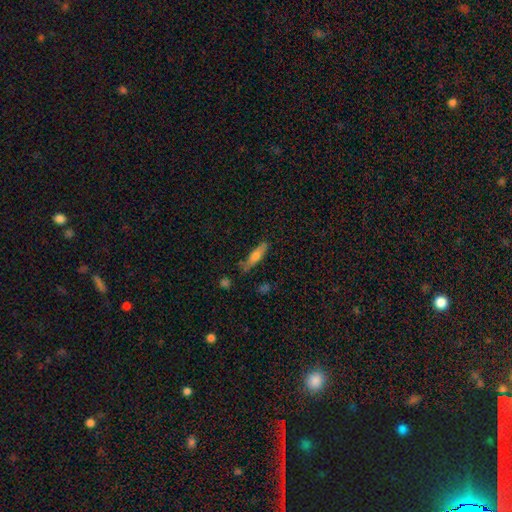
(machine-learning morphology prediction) smooth_or_featured: smooth (p=0.63) [alt: featured or disk p=0.30]
how_rounded: cigar-shaped (p=0.64) [alt: in between p=0.34]
merging: none (p=0.75) [alt: minor disturbance p=0.18]